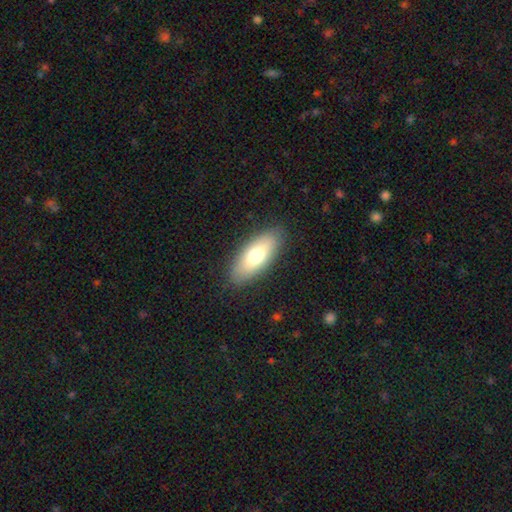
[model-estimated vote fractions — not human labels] Smooth or featured?
  - smooth: 70% *
  - featured or disk: 24%
  - star or artifact: 7%
How rounded?
  - in between: 79% *
  - cigar-shaped: 18%
  - round: 3%
Merging?
  - none: 86% *
  - minor disturbance: 10%
  - major disturbance: 3%
  - merger: 1%